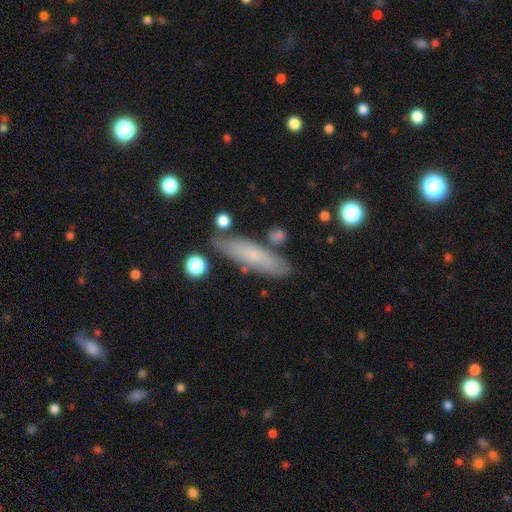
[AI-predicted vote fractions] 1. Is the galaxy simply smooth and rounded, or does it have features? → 64% smooth, 29% featured or disk, 7% star or artifact.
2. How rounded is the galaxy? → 71% cigar-shaped, 27% in between, 2% round.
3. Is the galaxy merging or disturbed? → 76% none, 15% minor disturbance, 5% merger, 3% major disturbance.